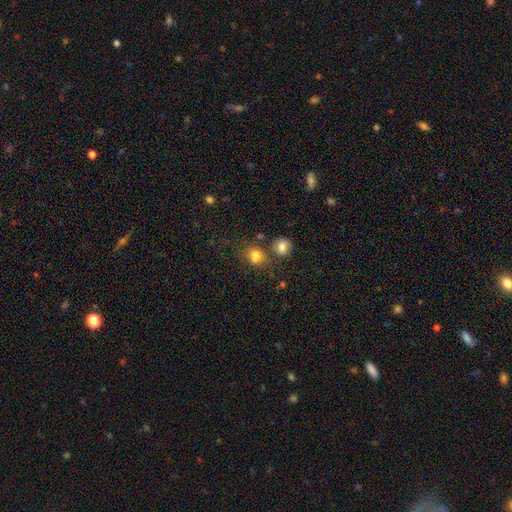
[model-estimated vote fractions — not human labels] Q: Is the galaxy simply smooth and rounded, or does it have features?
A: smooth — 80%.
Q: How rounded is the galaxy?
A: round — 61%.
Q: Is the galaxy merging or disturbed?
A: none — 58%.